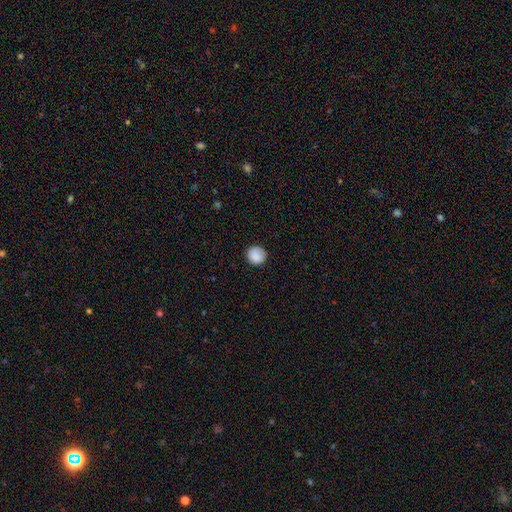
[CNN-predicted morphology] smooth_or_featured: smooth (p=0.88) [alt: star or artifact p=0.08]
how_rounded: round (p=0.92) [alt: in between p=0.07]
merging: none (p=0.88) [alt: minor disturbance p=0.09]